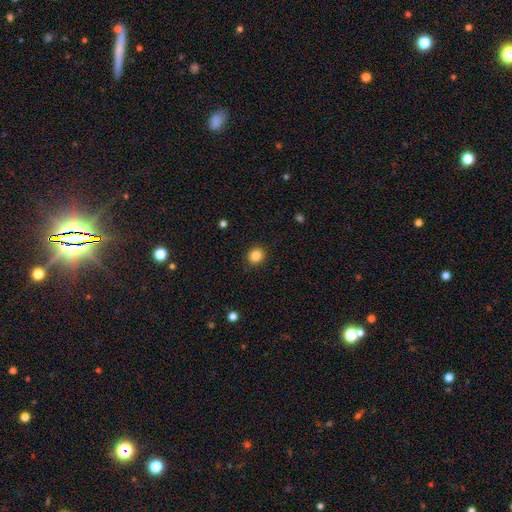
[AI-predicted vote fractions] A smooth galaxy with no disk features (85%) that is round (84%). Merging: none (90%).